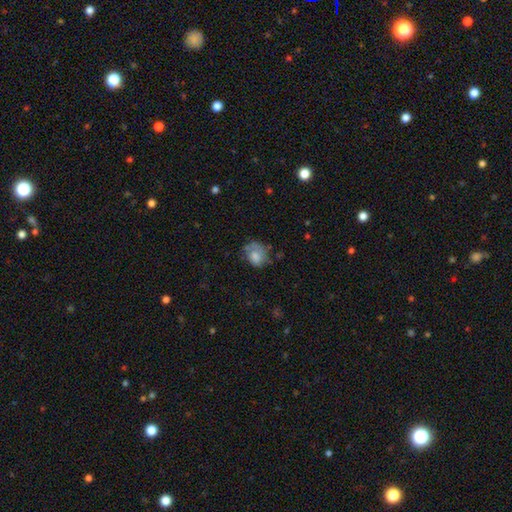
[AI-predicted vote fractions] Morphology: type=smooth (63%); roundness=round (52%); merging=none (43%).